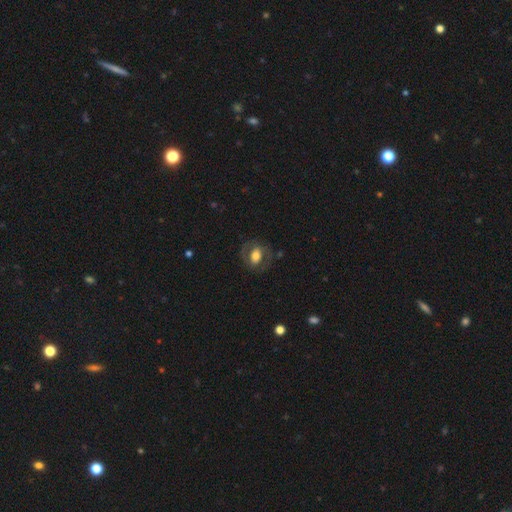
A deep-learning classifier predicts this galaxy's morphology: Smooth or featured? Predicted: featured or disk (p=0.50). Merging? Predicted: none (p=0.72).